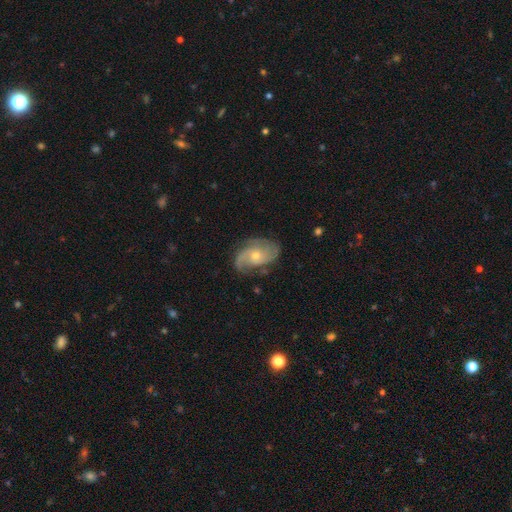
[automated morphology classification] Smooth or featured?
  - featured or disk: 82% *
  - smooth: 12%
  - star or artifact: 6%
Edge-on disk?
  - no: 97% *
  - yes: 3%
Bar?
  - no: 71% *
  - weak: 24%
  - strong: 4%
Spiral arms?
  - yes: 95% *
  - no: 5%
Spiral winding?
  - medium: 46% *
  - tight: 30%
  - loose: 24%
Spiral arm count?
  - 2: 62% *
  - 3: 15%
  - can't tell: 13%
  - 1: 4%
  - 4: 3%
  - more than 4: 3%
Bulge size?
  - small: 54% *
  - moderate: 43%
  - large: 1%
  - none: 1%
  - dominant: 1%
Merging?
  - none: 72% *
  - minor disturbance: 20%
  - major disturbance: 7%
  - merger: 2%